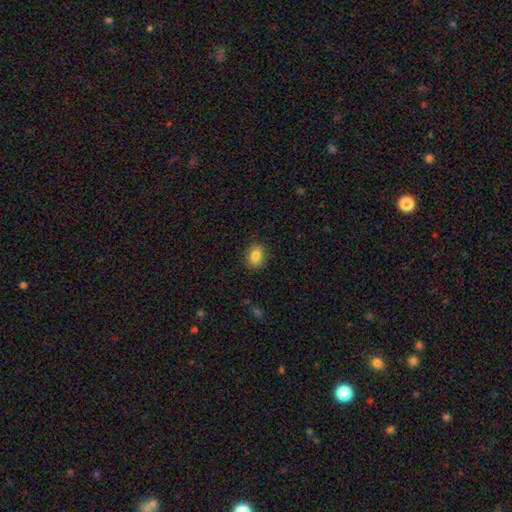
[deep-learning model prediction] Smooth or featured: smooth — 84% (star or artifact — 9%)
How rounded: in between — 63% (round — 36%)
Merging: none — 86% (minor disturbance — 11%)